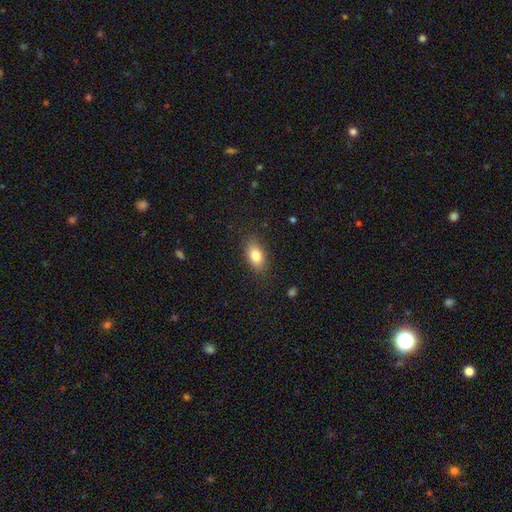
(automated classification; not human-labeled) Q: Smooth or featured?
A: smooth (81%); runner-up: featured or disk (11%)
Q: How rounded?
A: in between (88%); runner-up: round (7%)
Q: Merging?
A: none (84%); runner-up: minor disturbance (11%)